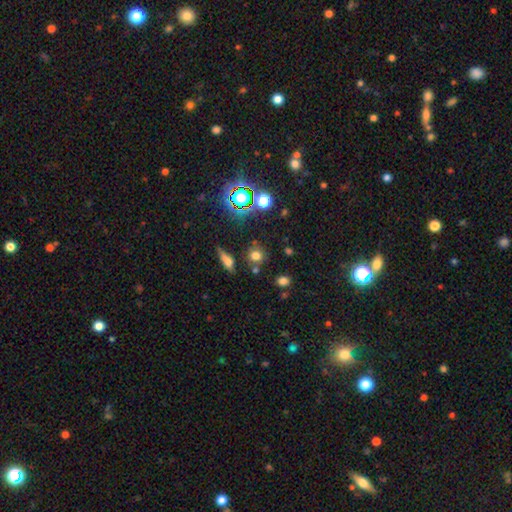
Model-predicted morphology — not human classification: Smooth or featured?
  - smooth: 70% *
  - star or artifact: 22%
  - featured or disk: 8%
How rounded?
  - round: 82% *
  - in between: 16%
  - cigar-shaped: 2%
Merging?
  - none: 76% *
  - minor disturbance: 11%
  - merger: 9%
  - major disturbance: 4%